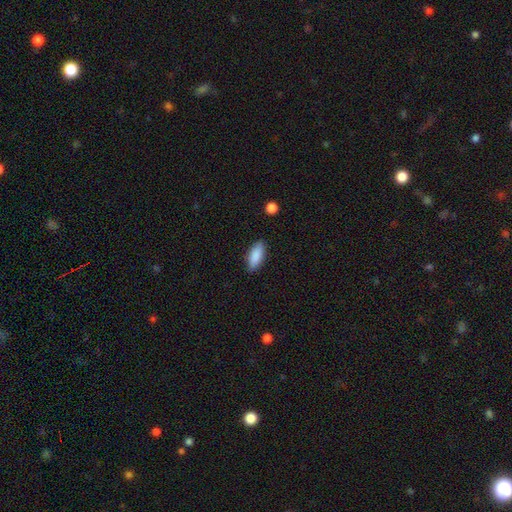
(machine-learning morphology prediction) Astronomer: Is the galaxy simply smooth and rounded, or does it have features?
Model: smooth — 87%.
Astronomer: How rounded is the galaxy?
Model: in between — 75%.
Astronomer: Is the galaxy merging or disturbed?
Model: none — 86%.